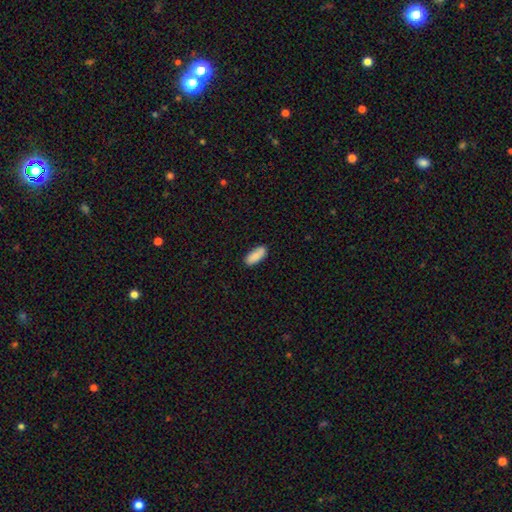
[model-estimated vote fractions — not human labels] This appears to be a smooth galaxy with no disk features (88%) that is in between round and cigar-shaped (81%). Merging: none (85%).